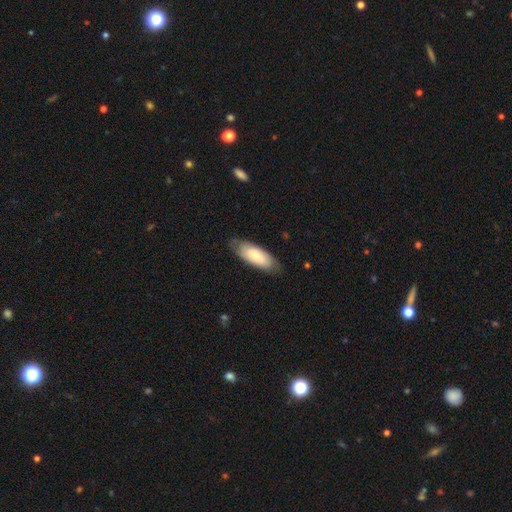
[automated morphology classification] smooth 72%, featured or disk 23%, star or artifact 5%. Down the decision tree: how rounded — in between (74%); merging — none (77%).